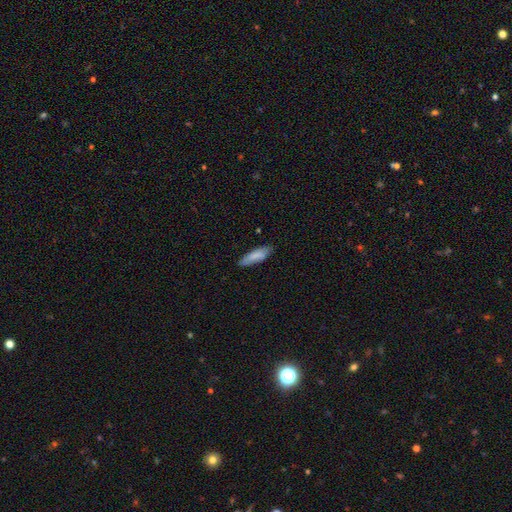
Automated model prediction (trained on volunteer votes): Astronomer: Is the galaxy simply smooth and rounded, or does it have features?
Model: smooth — 81%.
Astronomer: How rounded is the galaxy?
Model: cigar-shaped — 55% (runner-up: in between, 44%).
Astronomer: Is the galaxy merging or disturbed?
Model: none — 79%.